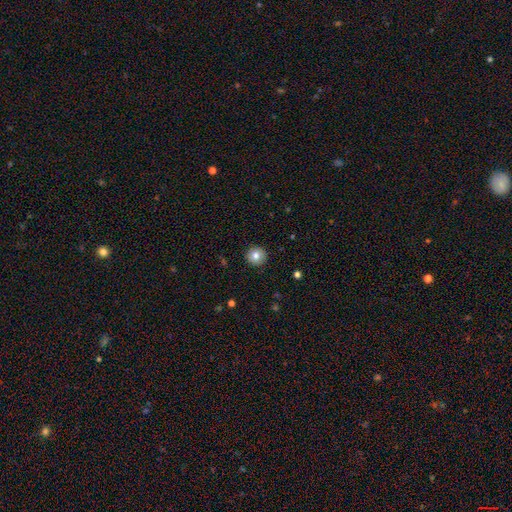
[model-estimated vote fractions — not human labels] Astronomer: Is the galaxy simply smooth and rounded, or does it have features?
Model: smooth — 81%.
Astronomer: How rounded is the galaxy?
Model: round — 96%.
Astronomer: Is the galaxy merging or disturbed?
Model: none — 93%.